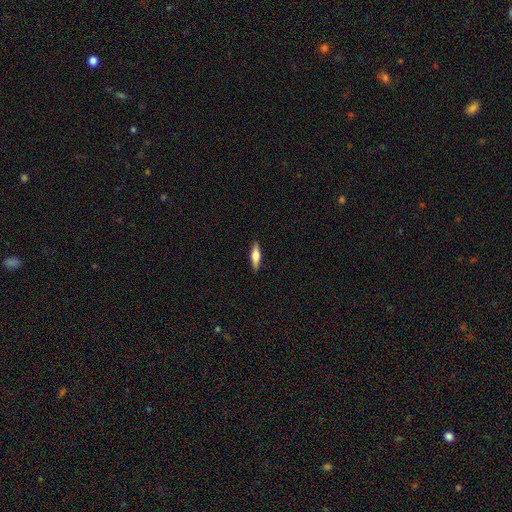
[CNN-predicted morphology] Overall: smooth (53%; featured or disk 41%). How rounded: cigar-shaped (62%; in between 35%). Merging: none (90%).